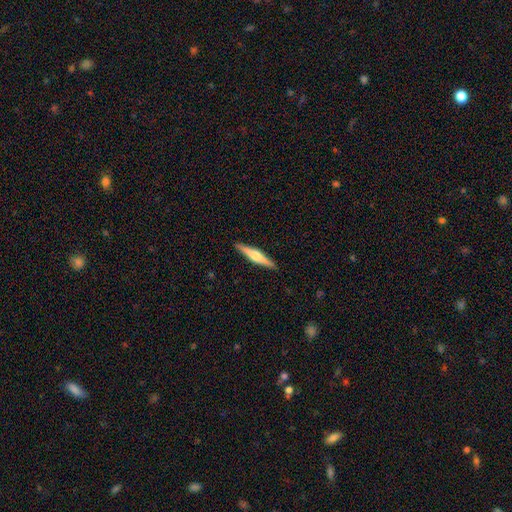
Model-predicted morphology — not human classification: Smooth or featured? featured or disk (65%)
Edge-on disk? yes (98%)
Edge-on bulge? rounded (88%)
Merging? none (91%)